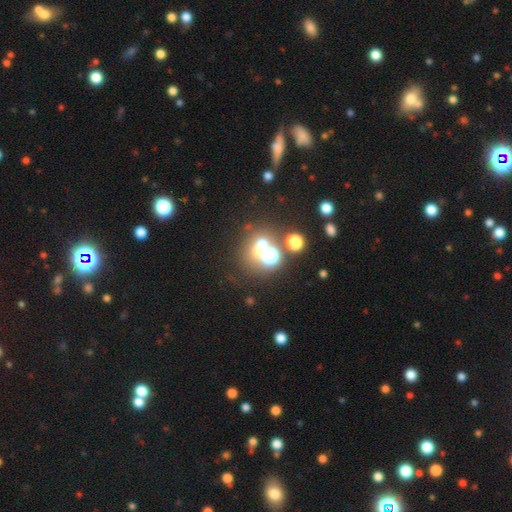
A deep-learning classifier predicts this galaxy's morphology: smooth-or-featured: star or artifact: 52% | smooth: 34% | featured or disk: 14%